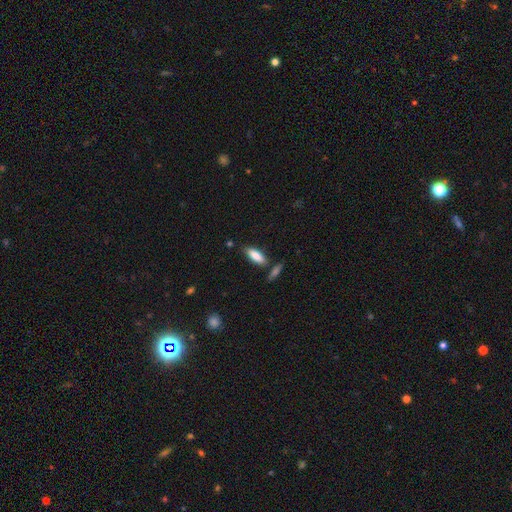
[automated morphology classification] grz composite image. It shows a smooth galaxy with no disk features (82%) that is in between round and cigar-shaped (67%). Merging: none (74%).